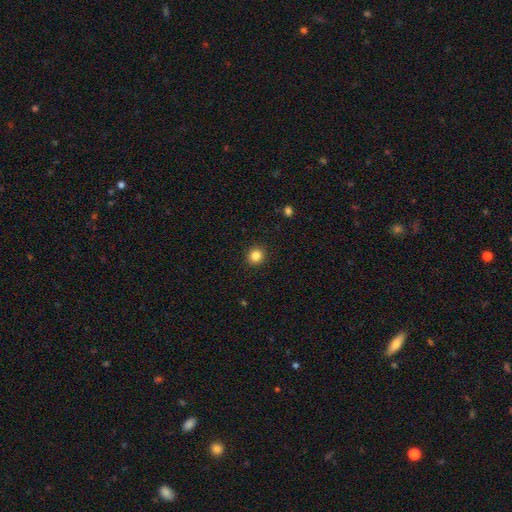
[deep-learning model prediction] Smooth or featured? smooth (84%)
How rounded? round (90%)
Merging? none (92%)